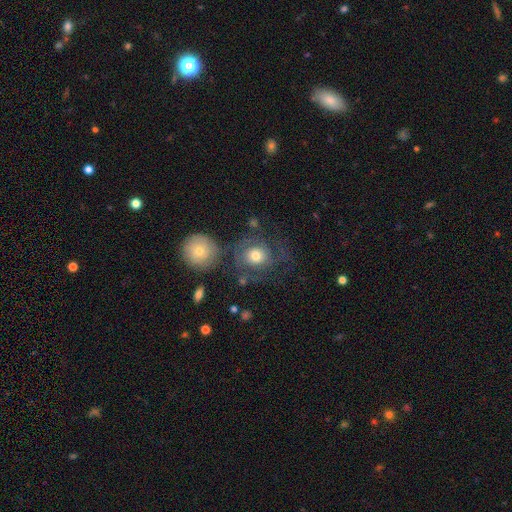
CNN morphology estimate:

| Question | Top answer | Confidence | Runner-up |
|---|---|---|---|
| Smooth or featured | smooth | 47% | featured or disk (44%) |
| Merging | none | 52% | major disturbance (21%) |